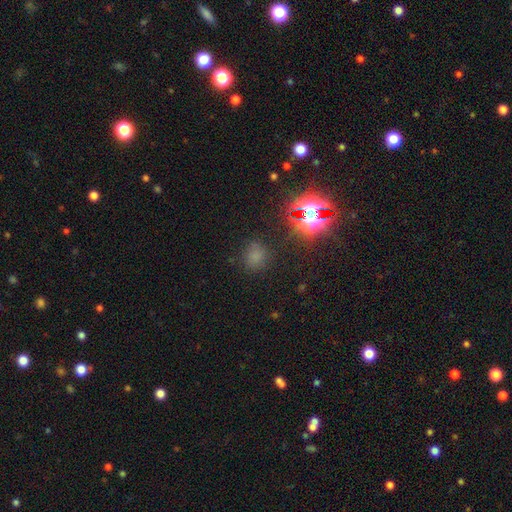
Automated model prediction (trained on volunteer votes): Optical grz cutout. It shows a smooth galaxy with no disk features (62%) that is round (68%). Merging: none (77%).